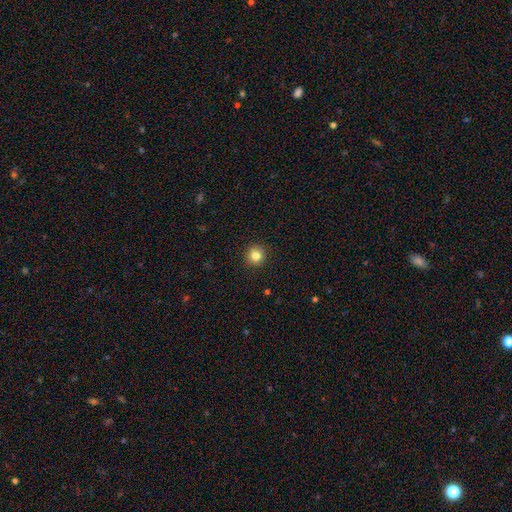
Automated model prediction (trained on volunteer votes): A smooth galaxy with no disk features (83%) that is round (92%). Merging: none (91%).